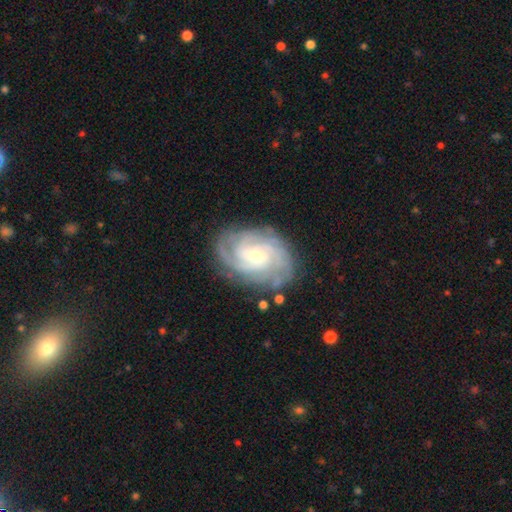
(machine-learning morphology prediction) A featured or disk galaxy (87%) with no bar (52%), 4 (28%) tight (69%) spiral arms (97%) and a small central bulge (62%). Merging: none (77%).